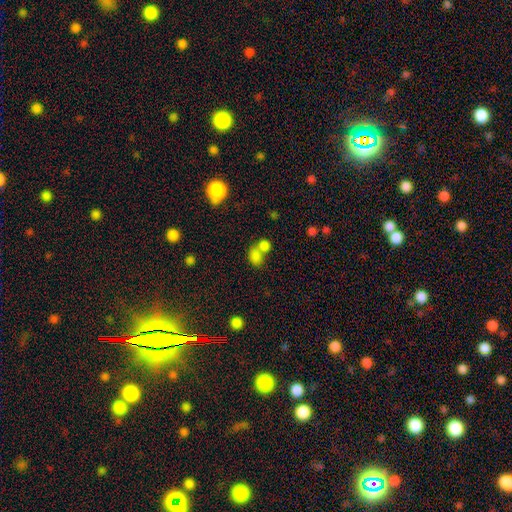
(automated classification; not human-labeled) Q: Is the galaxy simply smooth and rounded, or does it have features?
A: smooth — 79%.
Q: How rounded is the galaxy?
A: in between — 56%.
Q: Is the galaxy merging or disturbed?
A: merger — 54%.